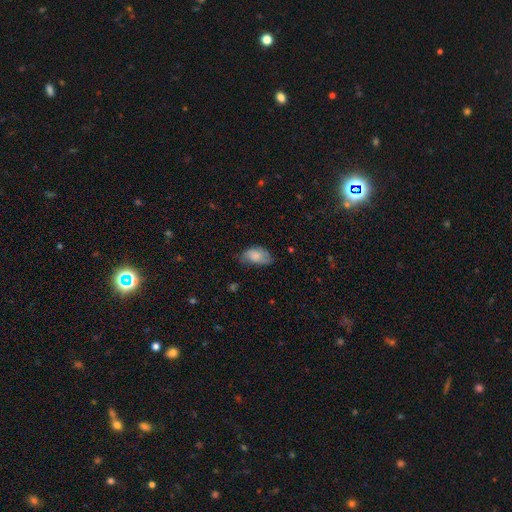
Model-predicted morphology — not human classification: This is likely a smooth galaxy (76%). How rounded: clearly in between (93%). Merging: possibly none (52%).